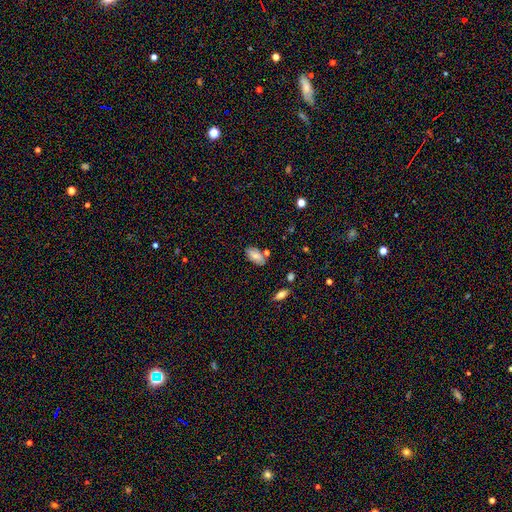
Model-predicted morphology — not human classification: Smooth or featured: smooth — 73% (featured or disk — 17%)
How rounded: in between — 93% (round — 4%)
Merging: none — 76% (minor disturbance — 16%)